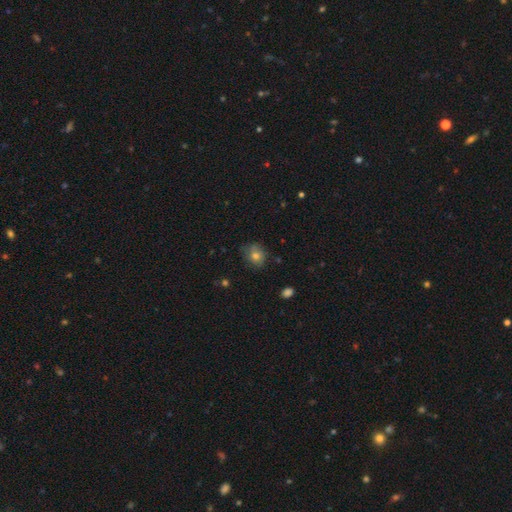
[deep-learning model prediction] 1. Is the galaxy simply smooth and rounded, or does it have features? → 73% smooth, 15% featured or disk, 12% star or artifact.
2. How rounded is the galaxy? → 67% round, 32% in between, 1% cigar-shaped.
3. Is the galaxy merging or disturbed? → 68% none, 23% minor disturbance, 6% major disturbance, 2% merger.